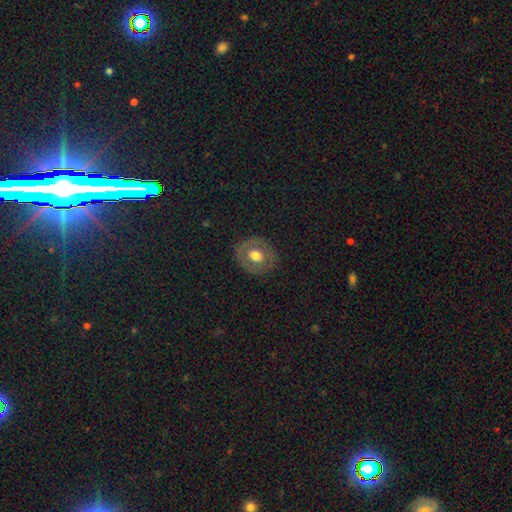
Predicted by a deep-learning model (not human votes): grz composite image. It shows a smooth galaxy with no disk features (55%) that is round (72%). Merging: none (83%).